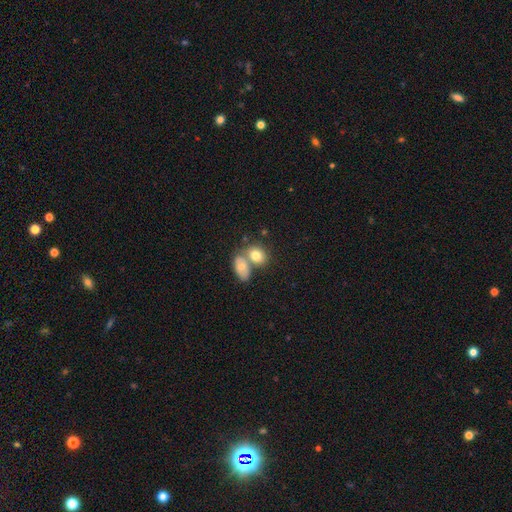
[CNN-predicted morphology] Smooth or featured? smooth (77%)
How rounded? in between (68%)
Merging? merger (51%)